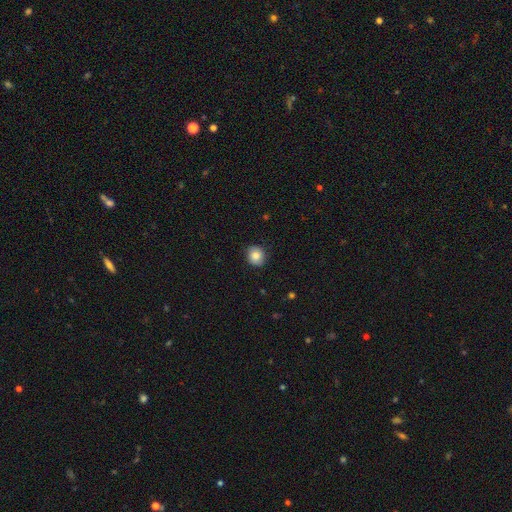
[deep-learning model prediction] Smooth or featured: smooth — 84% (star or artifact — 9%)
How rounded: round — 80% (in between — 19%)
Merging: none — 87% (minor disturbance — 10%)